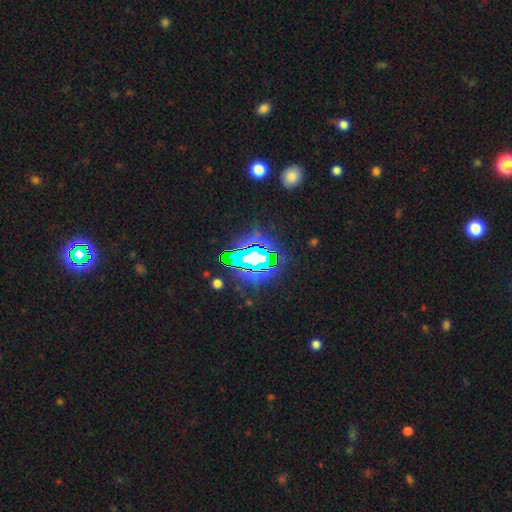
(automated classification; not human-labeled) The model was most divided on "smooth or featured": star or artifact: 70%, featured or disk: 15%, smooth: 15%.